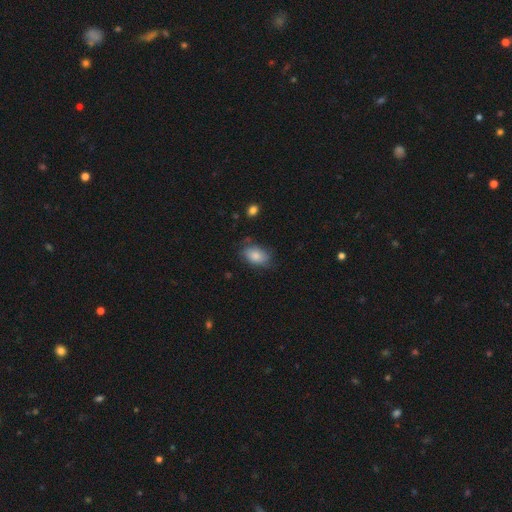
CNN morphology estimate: This is clearly a smooth galaxy (80%). How rounded: clearly in between (87%). Merging: likely none (66%).